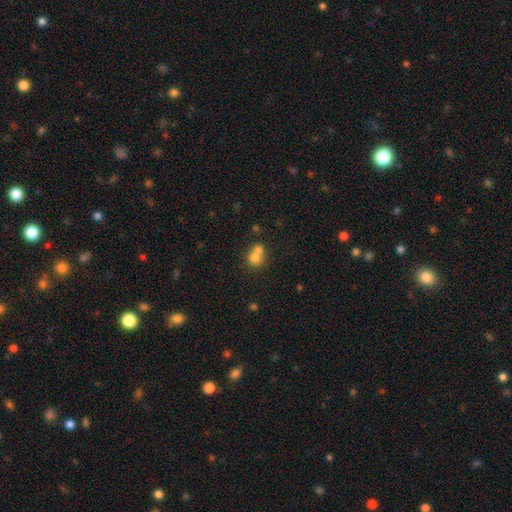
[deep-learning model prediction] Morphology: type=smooth (72%); roundness=round (70%); merging=merger (65%).